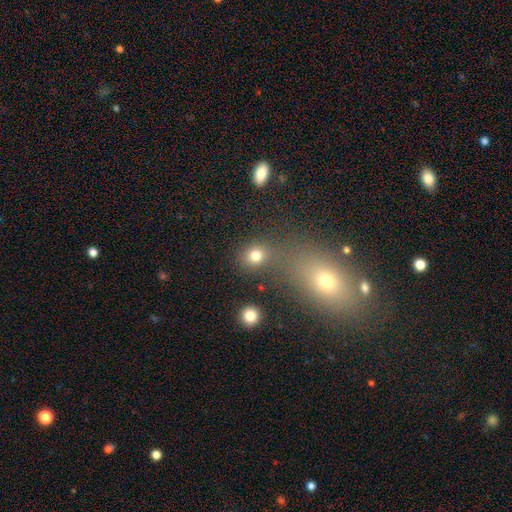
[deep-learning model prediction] Smooth or featured: smooth — 77% (star or artifact — 16%)
How rounded: round — 78% (in between — 21%)
Merging: none — 69% (merger — 17%)